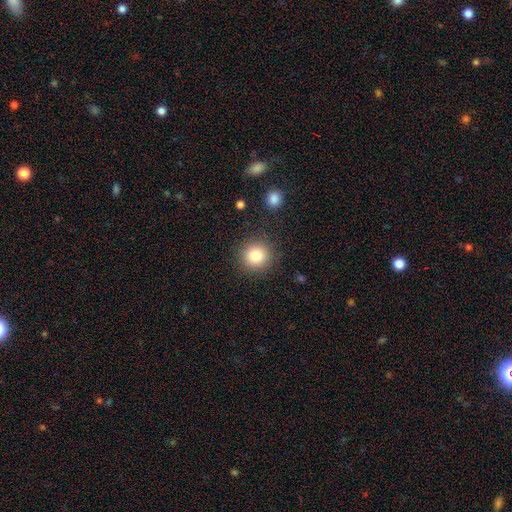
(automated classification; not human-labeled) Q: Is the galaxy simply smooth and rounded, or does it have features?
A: smooth — 82%.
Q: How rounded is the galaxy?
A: round — 91%.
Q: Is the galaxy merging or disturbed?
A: none — 88%.